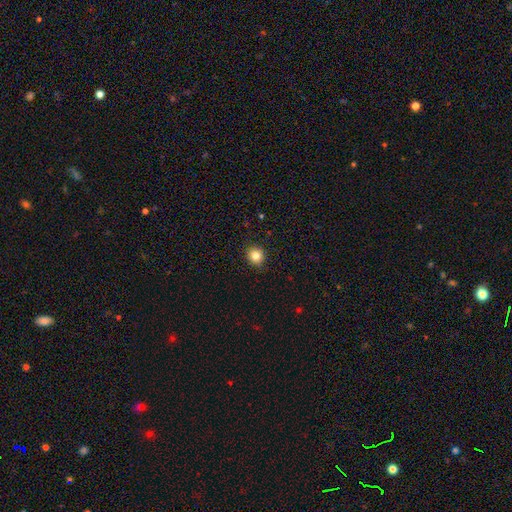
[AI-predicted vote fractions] Q: Smooth or featured?
A: smooth (83%); runner-up: star or artifact (11%)
Q: How rounded?
A: round (89%); runner-up: in between (10%)
Q: Merging?
A: none (90%); runner-up: minor disturbance (7%)